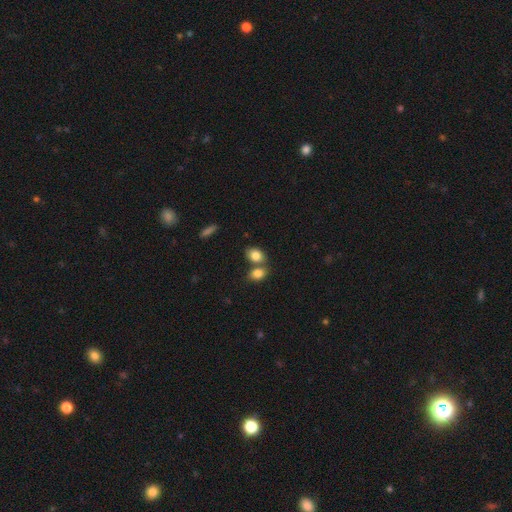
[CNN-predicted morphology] smooth 83%, featured or disk 9%, star or artifact 9%. Down the decision tree: how rounded — in between (68%); merging — none (45%).